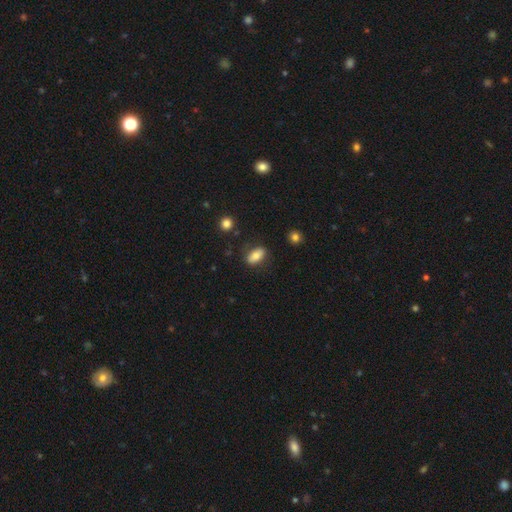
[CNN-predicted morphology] Overall: smooth (79%). How rounded: in between (87%). Merging: none (80%).